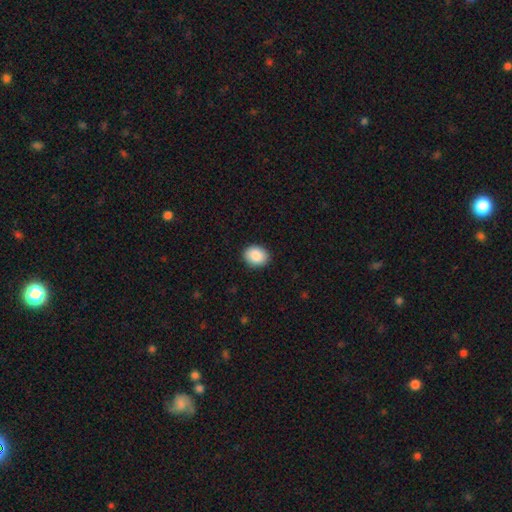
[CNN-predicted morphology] A smooth galaxy with no disk features (88%) that is in between round and cigar-shaped (50%).

Vote fractions:
- Smooth or featured? smooth: 88% / star or artifact: 7% / featured or disk: 4%
- How rounded? in between: 50% / round: 49% / cigar-shaped: 1%
- Merging? none: 90% / minor disturbance: 7% / major disturbance: 2% / merger: 1%